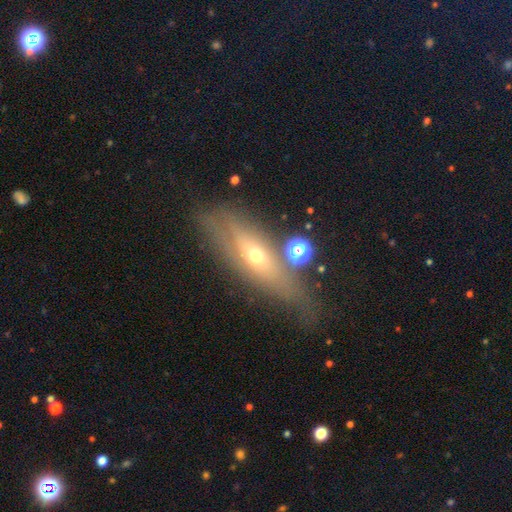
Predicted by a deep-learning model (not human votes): This appears to be a featured or disk galaxy (57%) viewed edge-on (54%). Merging: none (62%).